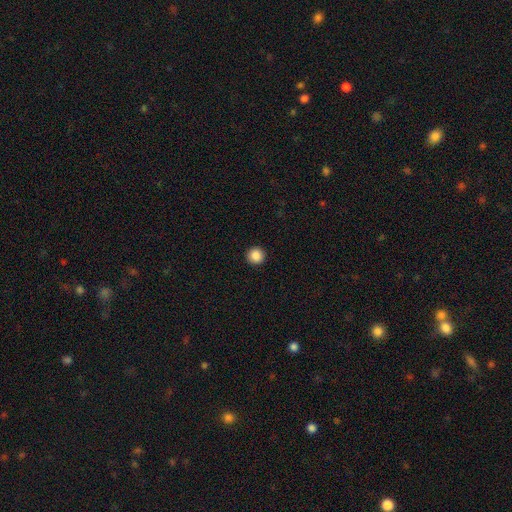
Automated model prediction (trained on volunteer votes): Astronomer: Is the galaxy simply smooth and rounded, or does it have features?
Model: smooth — 88%.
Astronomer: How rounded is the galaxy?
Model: round — 96%.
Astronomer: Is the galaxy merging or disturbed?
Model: none — 93%.